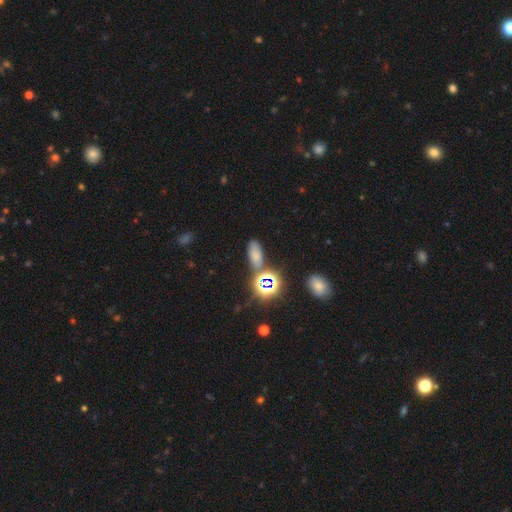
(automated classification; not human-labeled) Overall: smooth (60%; star or artifact 31%). How rounded: in between (81%). Merging: none (70%).